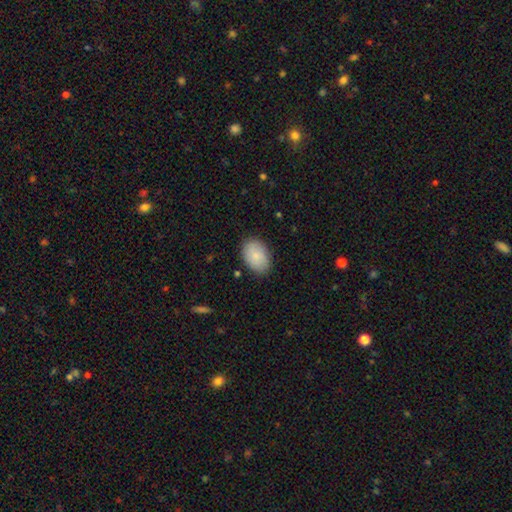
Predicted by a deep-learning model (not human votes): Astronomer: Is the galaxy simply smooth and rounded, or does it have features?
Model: smooth — 86%.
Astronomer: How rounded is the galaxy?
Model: in between — 87%.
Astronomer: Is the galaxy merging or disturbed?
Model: none — 86%.